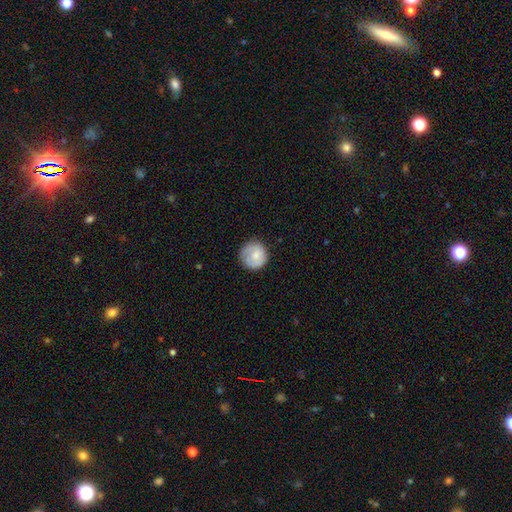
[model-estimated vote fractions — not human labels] smooth-or-featured: smooth: 74% | featured or disk: 20% | star or artifact: 6%
  how-rounded: round: 93% | in between: 6% | cigar-shaped: 1%
  merging: none: 79% | minor disturbance: 16% | major disturbance: 4% | merger: 1%